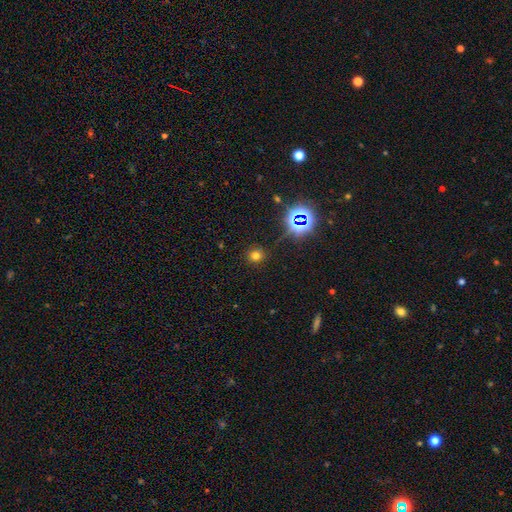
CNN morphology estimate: Smooth or featured? Predicted: smooth (p=0.67). How rounded? Predicted: round (p=0.92). Merging? Predicted: none (p=0.88).